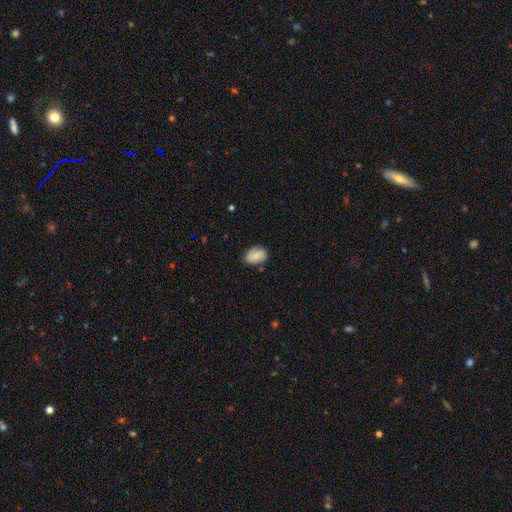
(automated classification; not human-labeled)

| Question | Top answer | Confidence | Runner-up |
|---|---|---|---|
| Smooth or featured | smooth | 67% | featured or disk (25%) |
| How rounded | in between | 80% | round (19%) |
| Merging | none | 74% | minor disturbance (21%) |